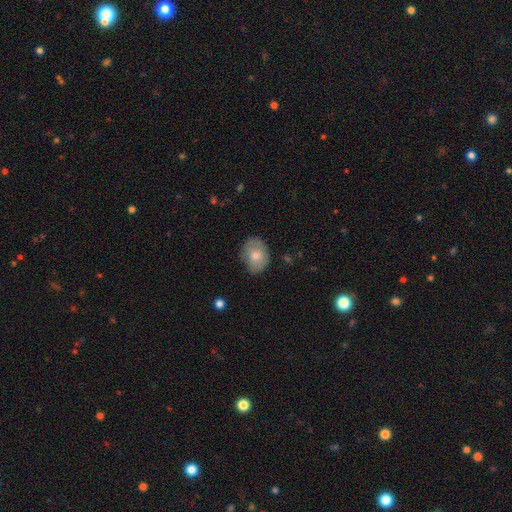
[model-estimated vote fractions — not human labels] Smooth or featured?
  - smooth: 68% *
  - featured or disk: 24%
  - star or artifact: 8%
How rounded?
  - in between: 62% *
  - round: 37%
  - cigar-shaped: 1%
Merging?
  - none: 72% *
  - minor disturbance: 22%
  - major disturbance: 4%
  - merger: 1%